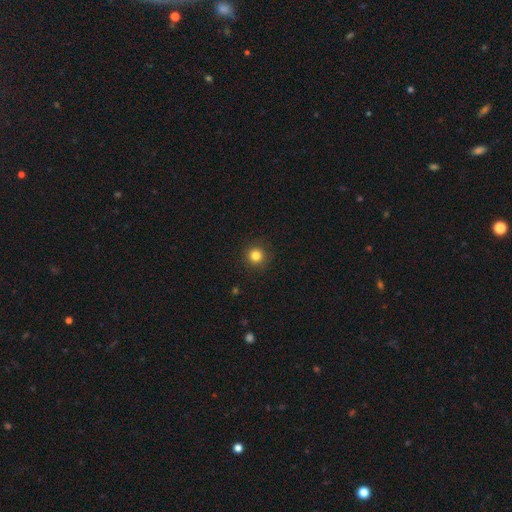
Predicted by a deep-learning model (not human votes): smooth_or_featured: smooth (p=0.83) [alt: star or artifact p=0.12]
how_rounded: round (p=0.95) [alt: in between p=0.04]
merging: none (p=0.91) [alt: minor disturbance p=0.06]